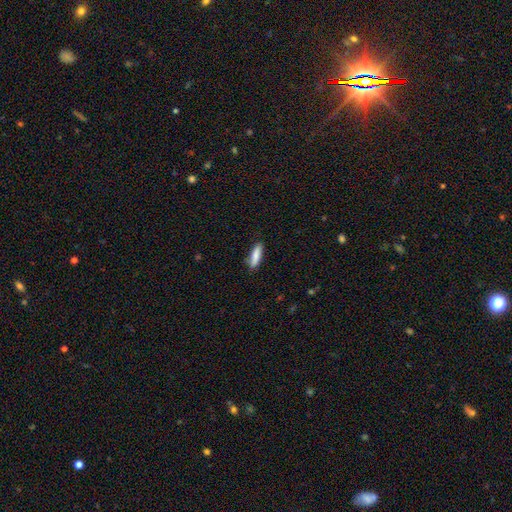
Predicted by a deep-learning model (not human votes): A smooth galaxy with no disk features (82%) that is cigar-shaped (64%). Merging: none (83%).